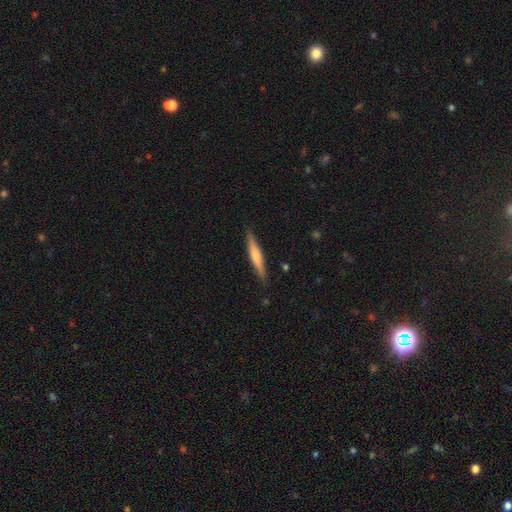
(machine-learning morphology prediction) Overall: smooth (52%; featured or disk 43%). How rounded: cigar-shaped (92%). Merging: none (89%).